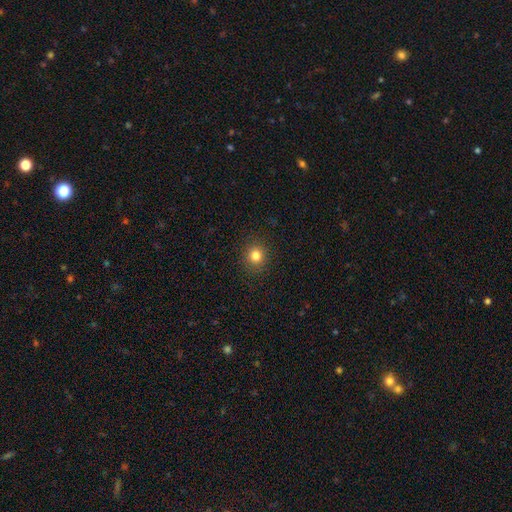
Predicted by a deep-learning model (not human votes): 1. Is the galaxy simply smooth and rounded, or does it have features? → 81% smooth, 13% star or artifact, 6% featured or disk.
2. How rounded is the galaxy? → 87% round, 12% in between, 1% cigar-shaped.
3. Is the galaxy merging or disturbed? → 90% none, 6% minor disturbance, 2% major disturbance, 1% merger.